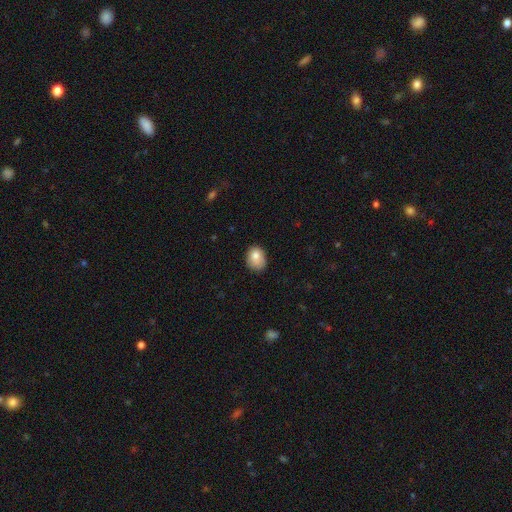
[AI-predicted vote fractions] A smooth galaxy with no disk features (81%) that is in between round and cigar-shaped (59%).

Vote fractions:
- Smooth or featured? smooth: 81% / featured or disk: 10% / star or artifact: 9%
- How rounded? in between: 59% / round: 40% / cigar-shaped: 1%
- Merging? none: 68% / minor disturbance: 26% / major disturbance: 5% / merger: 2%